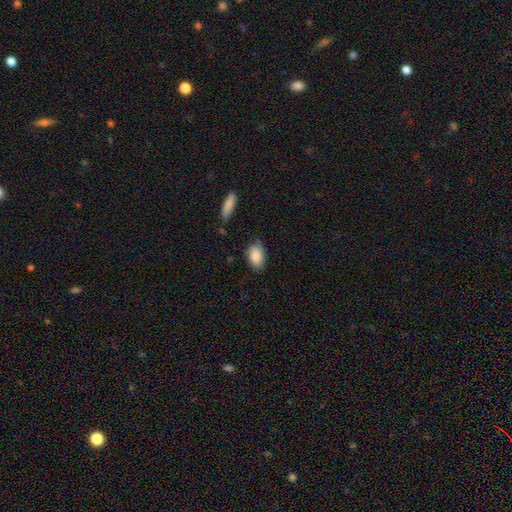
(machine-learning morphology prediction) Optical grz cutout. It shows a smooth galaxy with no disk features (86%) that is in between round and cigar-shaped (91%). Merging: none (71%).